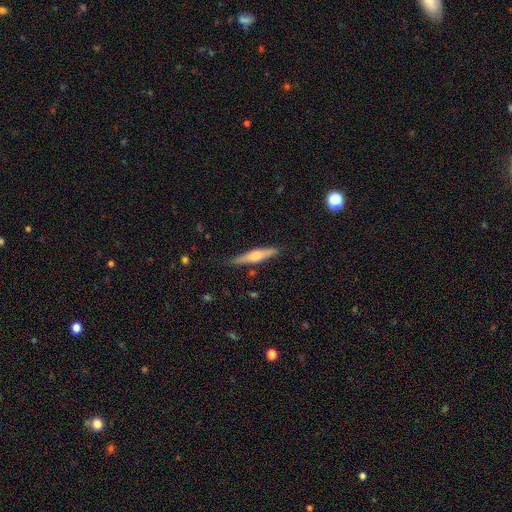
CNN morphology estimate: A featured or disk galaxy (53%) viewed edge-on (96%) with a rounded central bulge (82%).

Vote fractions:
- Smooth or featured? featured or disk: 53% / smooth: 42% / star or artifact: 6%
- Edge-on disk? yes: 96% / no: 4%
- Edge-on bulge? rounded: 82% / boxy: 12% / none: 6%
- Merging? none: 85% / minor disturbance: 11% / major disturbance: 2% / merger: 2%